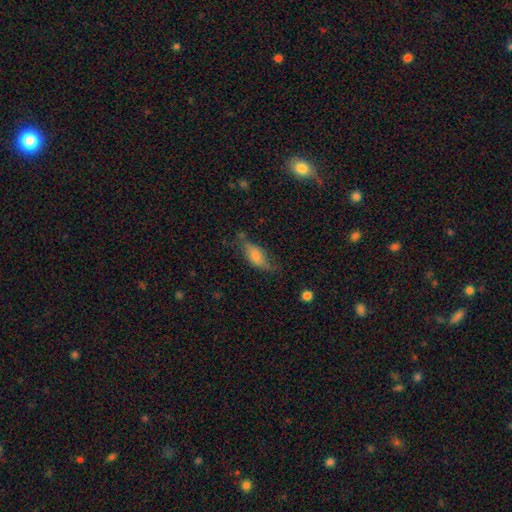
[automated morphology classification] This is possibly a smooth galaxy (57%). How rounded: likely in between (75%). Merging: possibly none (47%).